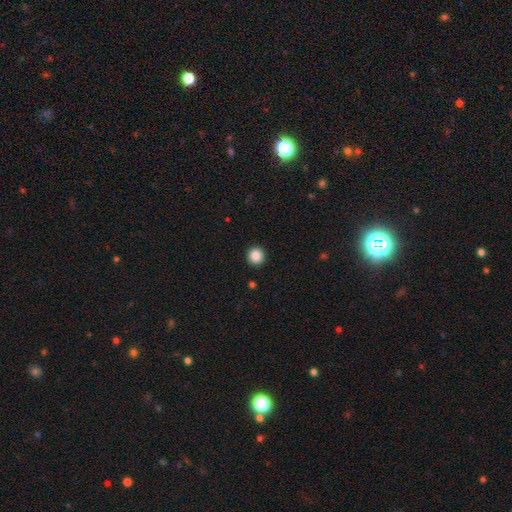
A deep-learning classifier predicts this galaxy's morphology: Overall: smooth (87%). How rounded: round (95%). Merging: none (93%).